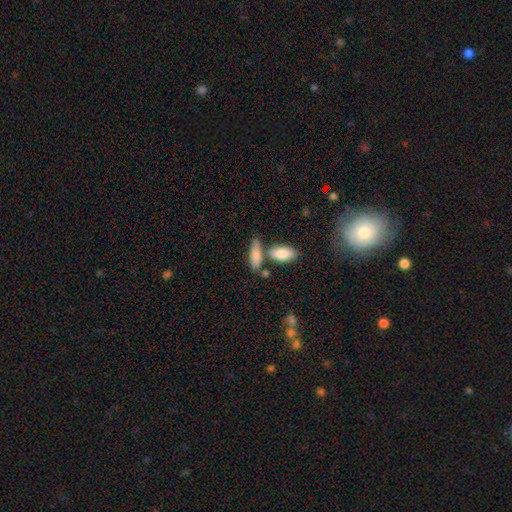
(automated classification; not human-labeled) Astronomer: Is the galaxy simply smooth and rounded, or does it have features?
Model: smooth — 83%.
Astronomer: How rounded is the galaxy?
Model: in between — 57% (runner-up: cigar-shaped, 40%).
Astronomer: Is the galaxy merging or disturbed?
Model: none — 55%.